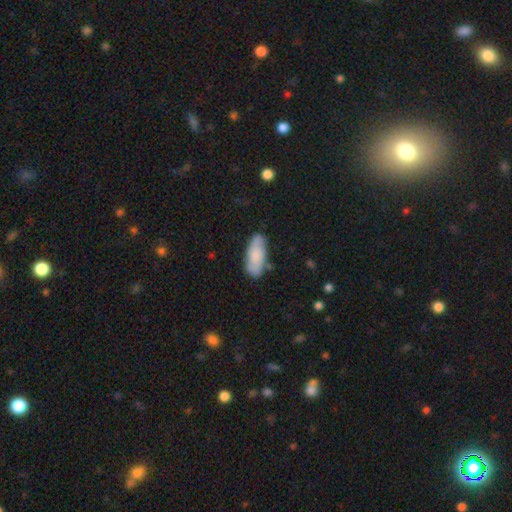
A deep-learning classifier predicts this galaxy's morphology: This is likely a smooth galaxy (76%). How rounded: clearly in between (81%). Merging: likely none (73%).